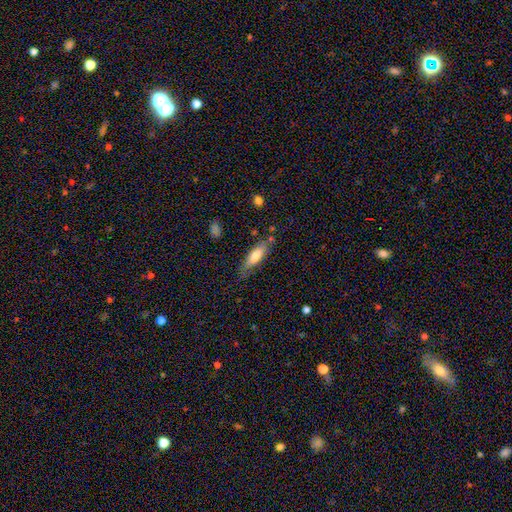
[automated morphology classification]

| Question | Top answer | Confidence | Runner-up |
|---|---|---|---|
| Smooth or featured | smooth | 70% | featured or disk (23%) |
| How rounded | in between | 50% | cigar-shaped (49%) |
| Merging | none | 66% | minor disturbance (23%) |